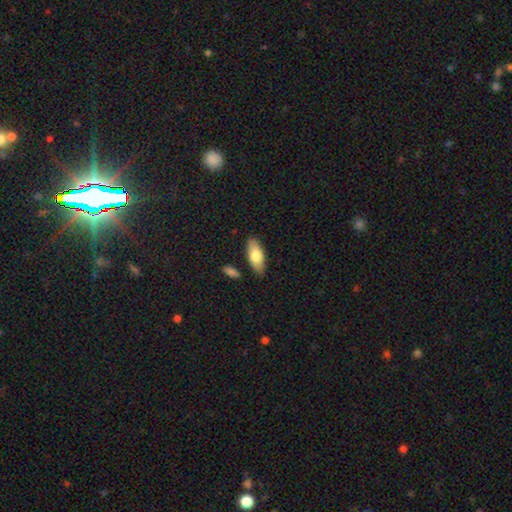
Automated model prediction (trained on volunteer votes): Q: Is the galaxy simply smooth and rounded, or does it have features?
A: smooth — 77%.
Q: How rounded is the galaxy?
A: in between — 81%.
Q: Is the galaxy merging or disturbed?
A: none — 84%.